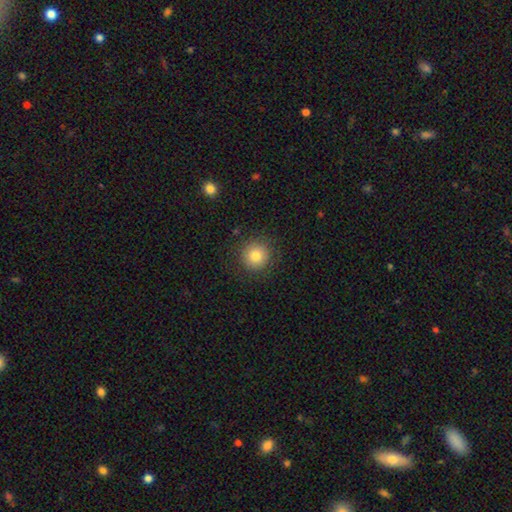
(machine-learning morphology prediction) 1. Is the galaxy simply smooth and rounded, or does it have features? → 81% smooth, 11% star or artifact, 9% featured or disk.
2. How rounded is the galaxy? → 95% round, 4% in between, 1% cigar-shaped.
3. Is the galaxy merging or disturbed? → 89% none, 7% minor disturbance, 3% major disturbance, 1% merger.